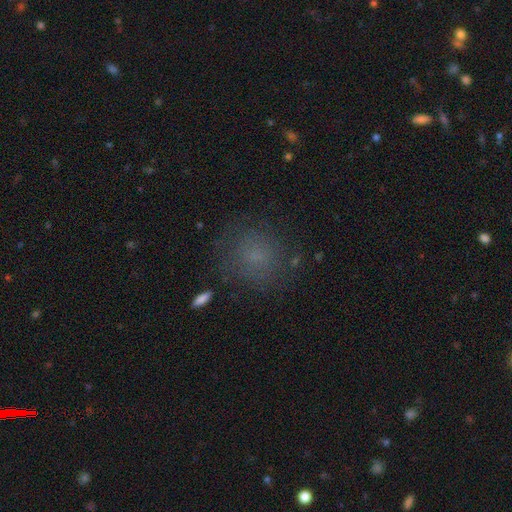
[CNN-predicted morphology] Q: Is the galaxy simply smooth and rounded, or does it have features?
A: smooth — 66%.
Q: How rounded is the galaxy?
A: round — 80%.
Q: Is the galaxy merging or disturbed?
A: none — 76%.